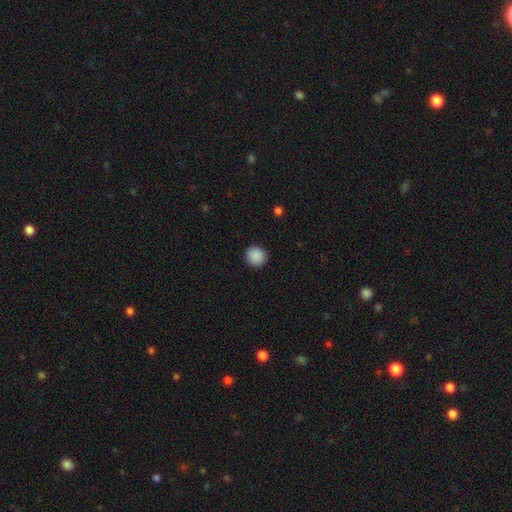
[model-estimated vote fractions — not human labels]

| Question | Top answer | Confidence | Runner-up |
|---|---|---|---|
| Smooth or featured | smooth | 89% | star or artifact (8%) |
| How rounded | round | 93% | in between (7%) |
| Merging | none | 92% | minor disturbance (5%) |